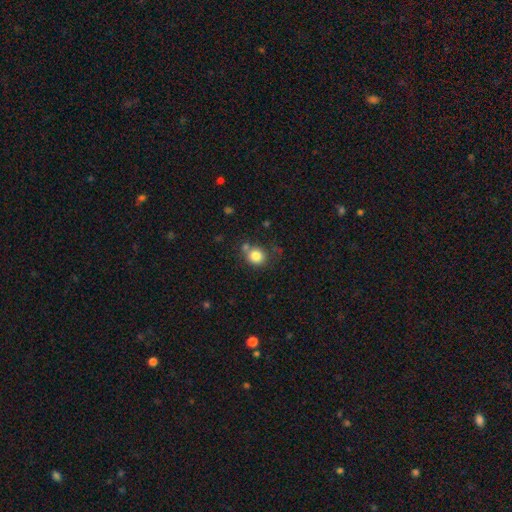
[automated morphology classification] This appears to be a smooth galaxy with no disk features (83%) that is round (80%). Merging: none (66%).